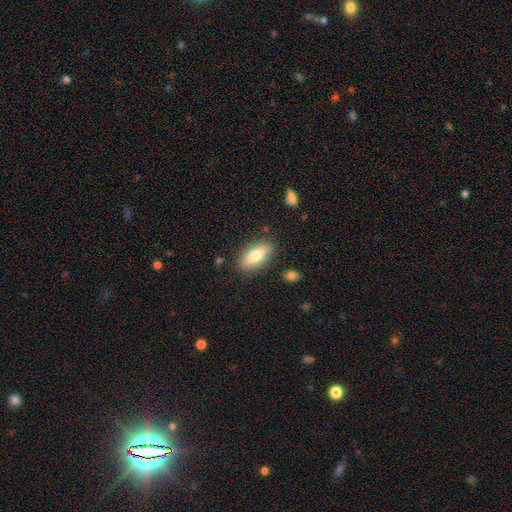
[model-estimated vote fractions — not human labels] Smooth or featured? smooth (72%)
How rounded? in between (79%)
Merging? none (84%)